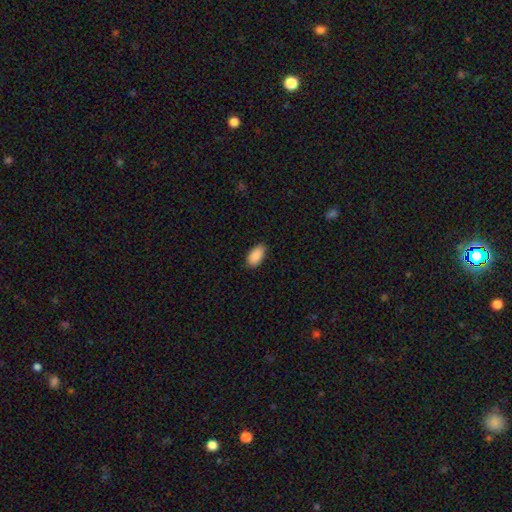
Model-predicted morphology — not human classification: A smooth galaxy with no disk features (90%) that is in between round and cigar-shaped (94%). Merging: none (84%).